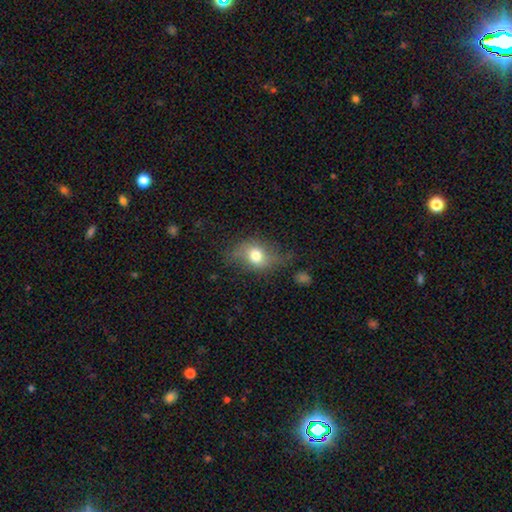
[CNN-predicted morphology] A smooth galaxy with no disk features (66%) that is in between round and cigar-shaped (65%). Merging: none (57%).